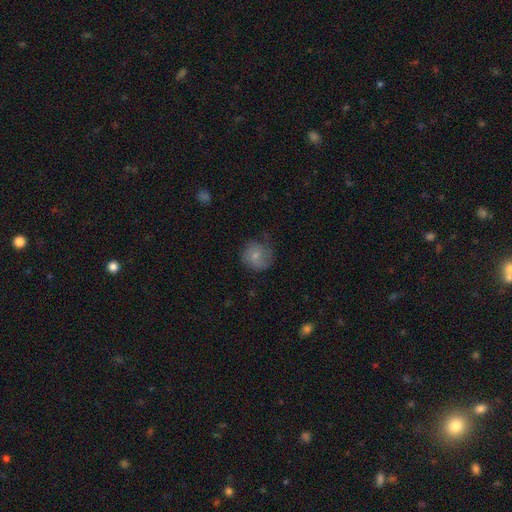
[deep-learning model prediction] smooth-or-featured: smooth: 71% | featured or disk: 21% | star or artifact: 8%
  how-rounded: round: 86% | in between: 13% | cigar-shaped: 1%
  merging: none: 60% | minor disturbance: 27% | major disturbance: 11% | merger: 2%